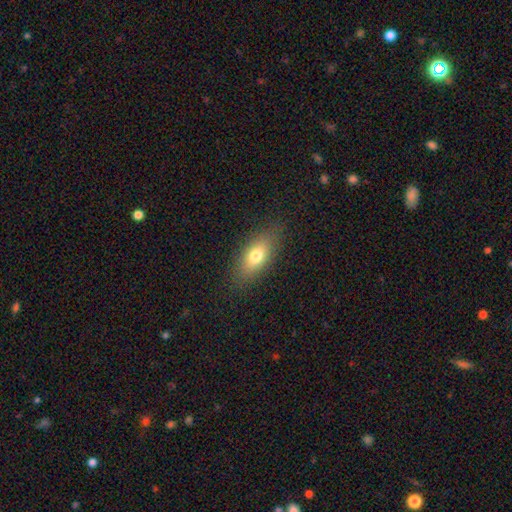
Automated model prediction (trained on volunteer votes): Morphology: type=smooth (74%); roundness=in between (80%); merging=none (84%).